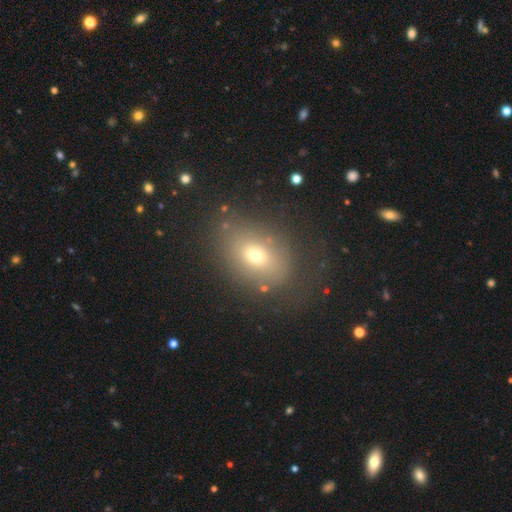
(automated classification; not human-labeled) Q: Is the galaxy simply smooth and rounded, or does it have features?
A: smooth — 65%.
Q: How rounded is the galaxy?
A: in between — 68%.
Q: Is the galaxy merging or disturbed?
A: none — 74%.